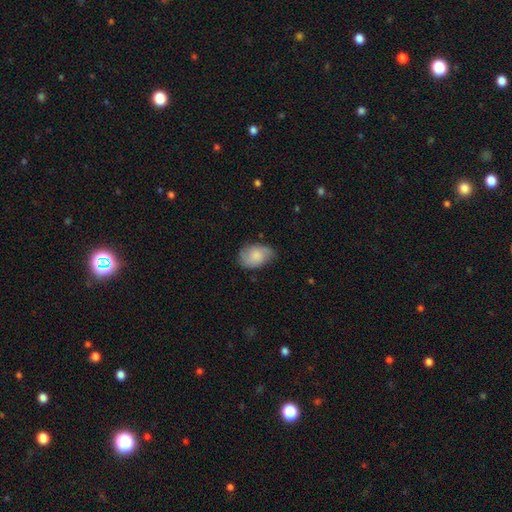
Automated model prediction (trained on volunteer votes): A smooth galaxy with no disk features (71%) that is in between round and cigar-shaped (84%). Merging: none (63%).